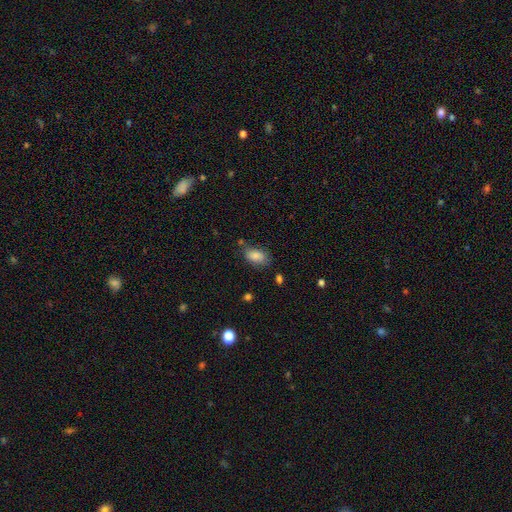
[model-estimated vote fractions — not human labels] Smooth or featured?
  - smooth: 85% *
  - star or artifact: 8%
  - featured or disk: 7%
How rounded?
  - in between: 91% *
  - round: 7%
  - cigar-shaped: 2%
Merging?
  - none: 66% *
  - minor disturbance: 22%
  - major disturbance: 6%
  - merger: 5%